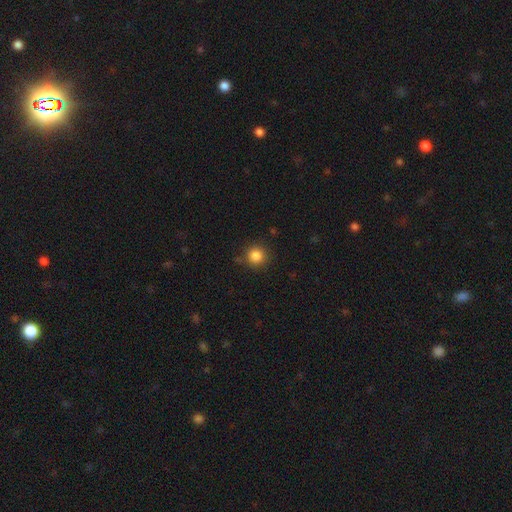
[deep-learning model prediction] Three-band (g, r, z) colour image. It shows a smooth galaxy with no disk features (85%) that is round (94%). Merging: none (86%).